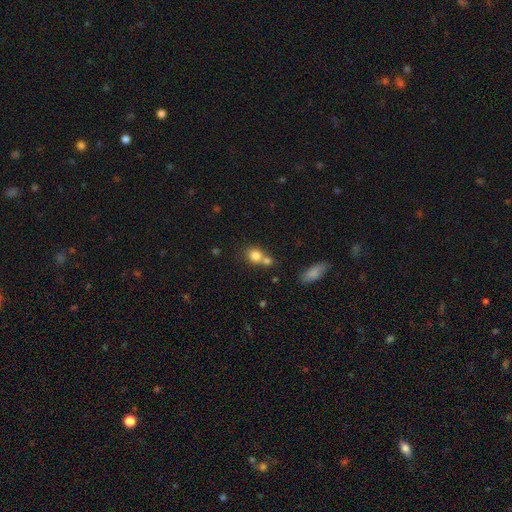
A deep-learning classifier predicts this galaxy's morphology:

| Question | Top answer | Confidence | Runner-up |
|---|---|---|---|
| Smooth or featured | smooth | 80% | star or artifact (11%) |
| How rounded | round | 68% | in between (30%) |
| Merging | merger | 45% | none (42%) |